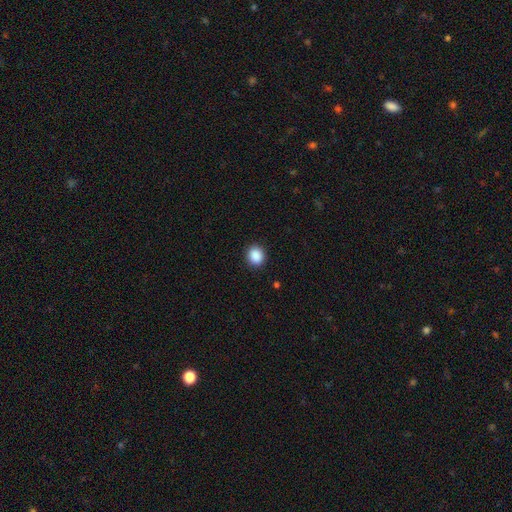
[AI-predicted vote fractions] This is clearly a smooth galaxy (89%). How rounded: likely round (77%). Merging: clearly none (90%).